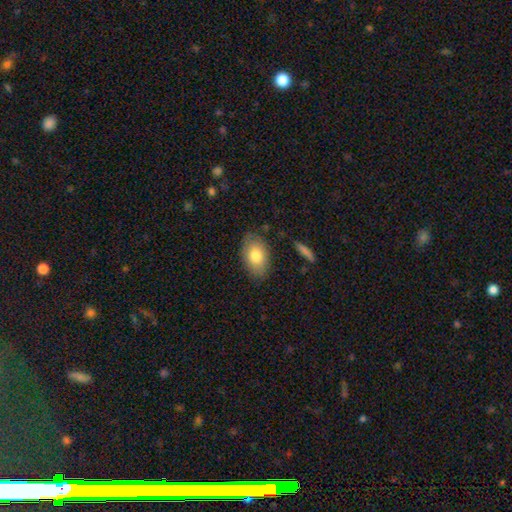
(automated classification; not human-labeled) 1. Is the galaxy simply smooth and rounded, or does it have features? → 78% smooth, 16% featured or disk, 7% star or artifact.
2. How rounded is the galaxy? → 90% in between, 8% round, 2% cigar-shaped.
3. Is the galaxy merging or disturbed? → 82% none, 14% minor disturbance, 3% major disturbance, 2% merger.